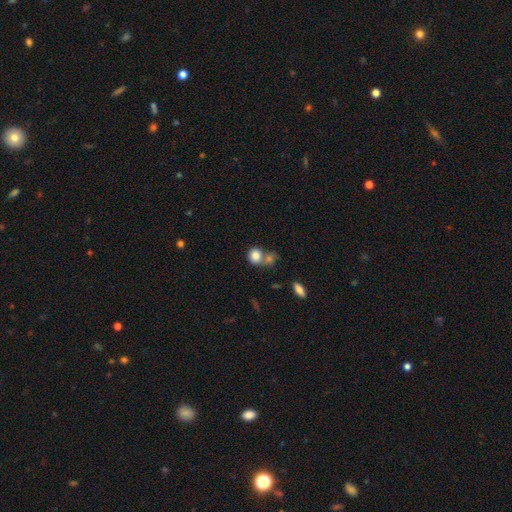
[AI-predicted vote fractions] This is clearly a smooth galaxy (83%). How rounded: likely round (78%). Merging: marginally merger (43%).